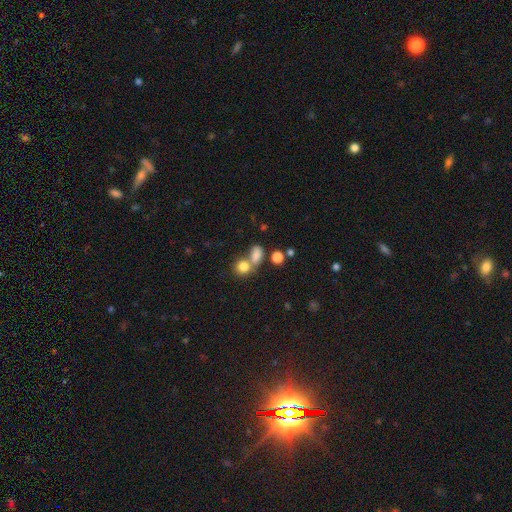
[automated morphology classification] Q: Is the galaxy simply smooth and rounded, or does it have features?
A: smooth — 79%.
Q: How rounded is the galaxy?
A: in between — 63%.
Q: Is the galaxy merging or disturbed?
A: merger — 43%.